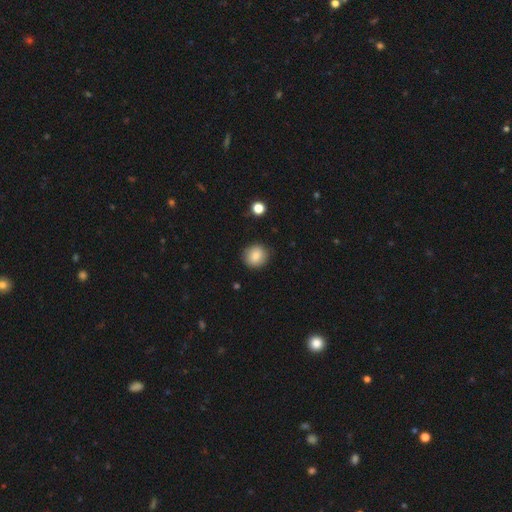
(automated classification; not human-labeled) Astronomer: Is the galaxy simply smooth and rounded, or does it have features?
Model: smooth — 84%.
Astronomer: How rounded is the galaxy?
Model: round — 87%.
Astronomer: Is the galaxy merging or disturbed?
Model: none — 87%.